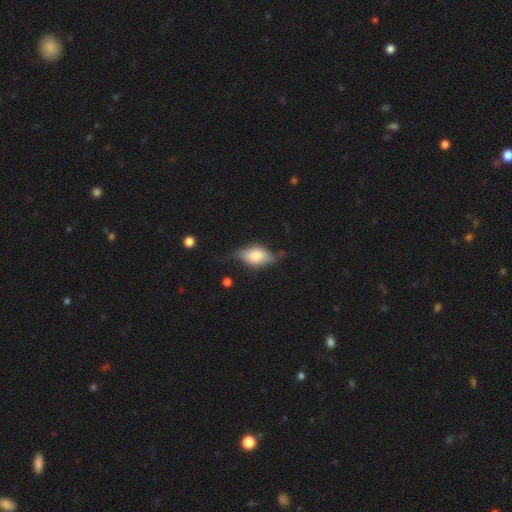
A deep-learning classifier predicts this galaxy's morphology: type=smooth (51%); roundness=in between (83%); merging=none (51%).